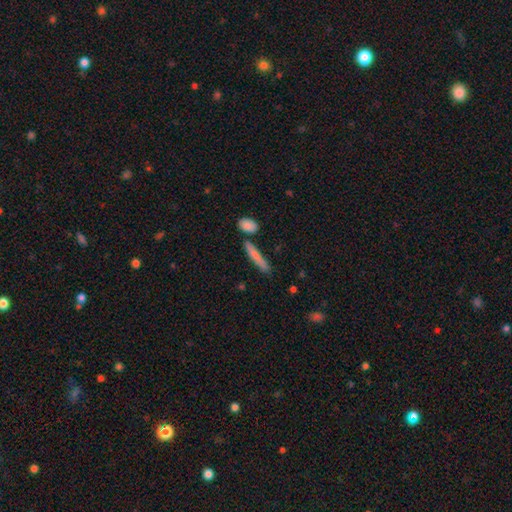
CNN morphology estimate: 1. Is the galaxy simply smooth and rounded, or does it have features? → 74% smooth, 19% featured or disk, 6% star or artifact.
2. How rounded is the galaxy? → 91% cigar-shaped, 7% in between, 2% round.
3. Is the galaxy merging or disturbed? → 78% none, 11% minor disturbance, 8% merger, 3% major disturbance.